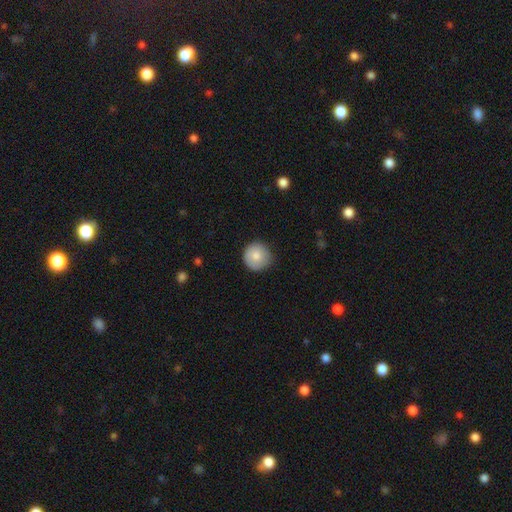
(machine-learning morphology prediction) A smooth galaxy with no disk features (82%) that is round (95%).

Vote fractions:
- Smooth or featured? smooth: 82% / featured or disk: 11% / star or artifact: 7%
- How rounded? round: 95% / in between: 4% / cigar-shaped: 1%
- Merging? none: 85% / minor disturbance: 11% / major disturbance: 2% / merger: 1%